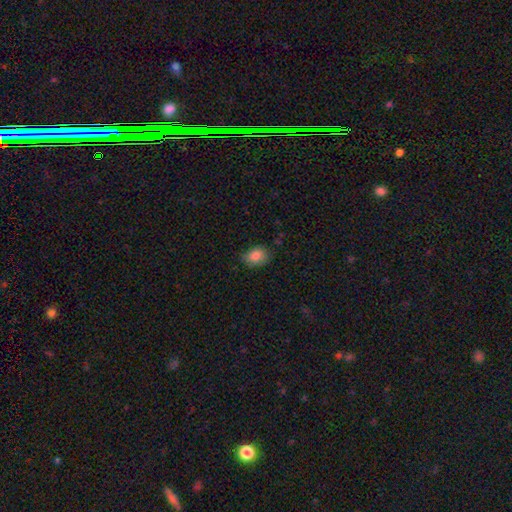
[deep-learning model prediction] This appears to be a smooth galaxy with no disk features (85%) that is in between round and cigar-shaped (70%). Merging: none (75%).